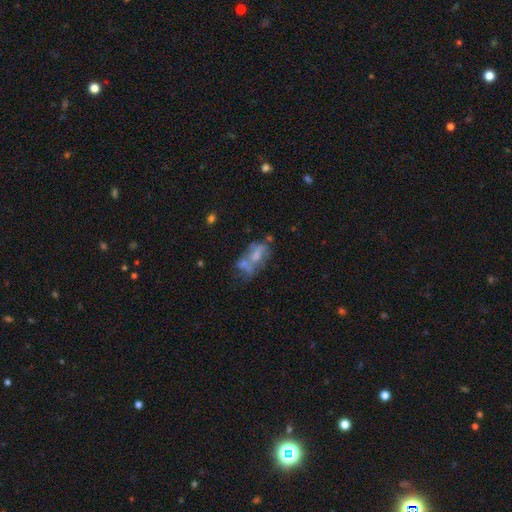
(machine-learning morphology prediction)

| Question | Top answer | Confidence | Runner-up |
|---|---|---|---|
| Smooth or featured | featured or disk | 48% | smooth (39%) |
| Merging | merger | 44% | none (22%) |